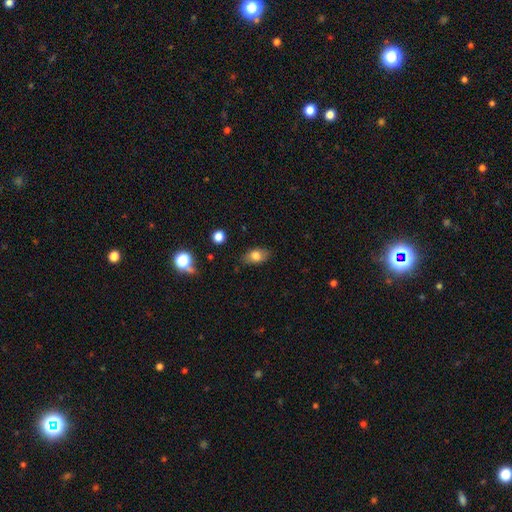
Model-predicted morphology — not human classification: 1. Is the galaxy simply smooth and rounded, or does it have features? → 77% smooth, 14% featured or disk, 9% star or artifact.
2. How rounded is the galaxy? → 86% in between, 11% round, 3% cigar-shaped.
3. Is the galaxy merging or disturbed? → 81% none, 14% minor disturbance, 3% major disturbance, 2% merger.